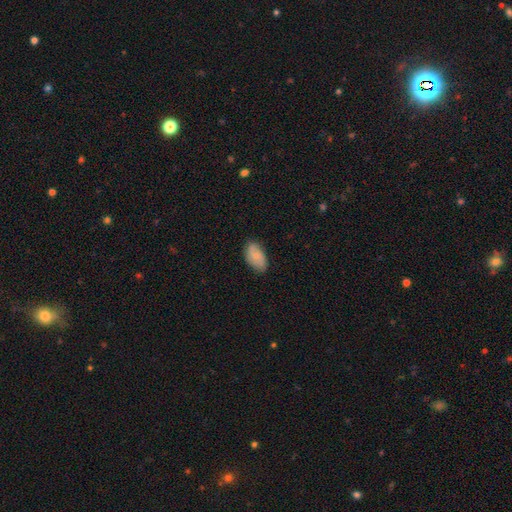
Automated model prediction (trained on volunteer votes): A smooth galaxy with no disk features (80%) that is in between round and cigar-shaped (94%). Merging: none (76%).